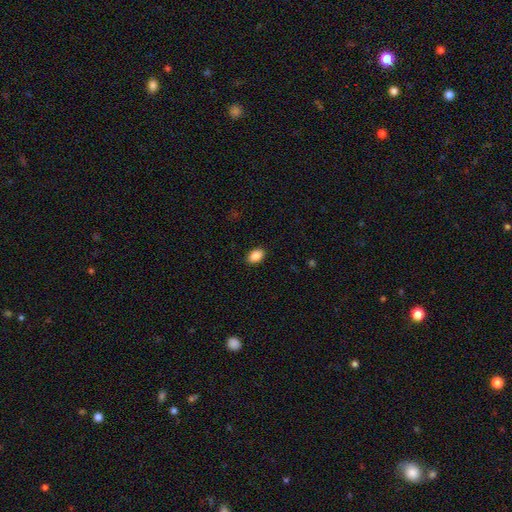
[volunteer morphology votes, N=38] Smooth or featured?
  - smooth: 84% *
  - featured or disk: 8%
  - star or artifact: 8%
How rounded?
  - in between: 100% *
  - round: 0%
  - cigar-shaped: 0%
Merging?
  - none: 91% *
  - minor disturbance: 9%
  - major disturbance: 0%
  - merger: 0%